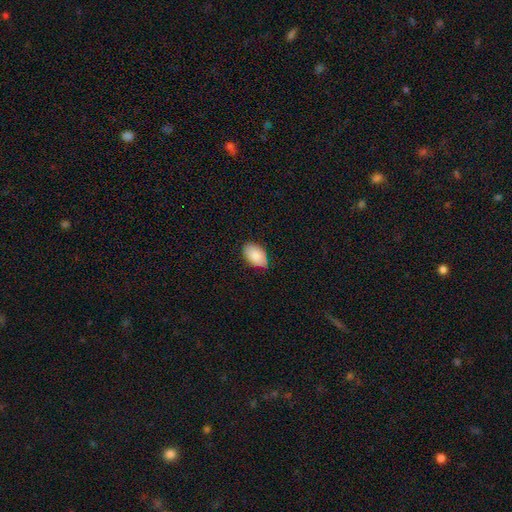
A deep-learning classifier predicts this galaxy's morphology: smooth 88%, star or artifact 6%, featured or disk 6%. Down the decision tree: how rounded — in between (93%); merging — none (72%).